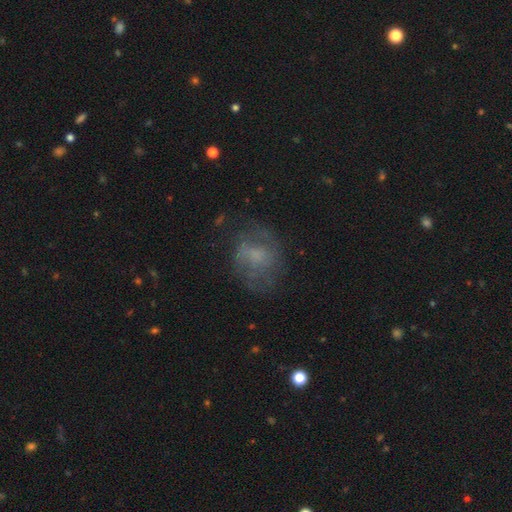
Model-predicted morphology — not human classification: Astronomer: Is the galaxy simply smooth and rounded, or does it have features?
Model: featured or disk — 47% (runner-up: smooth, 38%).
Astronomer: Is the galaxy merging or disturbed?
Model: none — 58%.